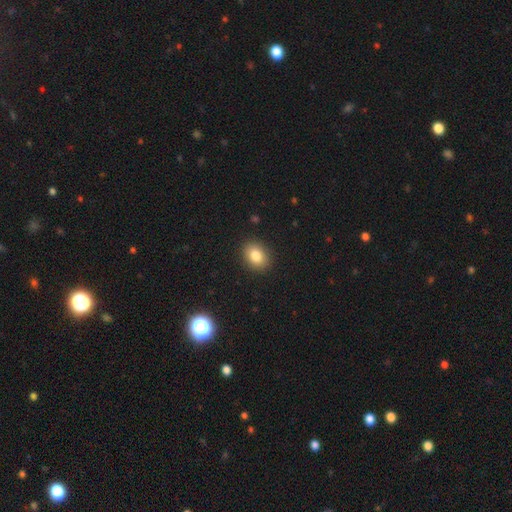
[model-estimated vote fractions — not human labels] Smooth or featured? Predicted: smooth (p=0.82). How rounded? Predicted: in between (p=0.62). Merging? Predicted: none (p=0.90).